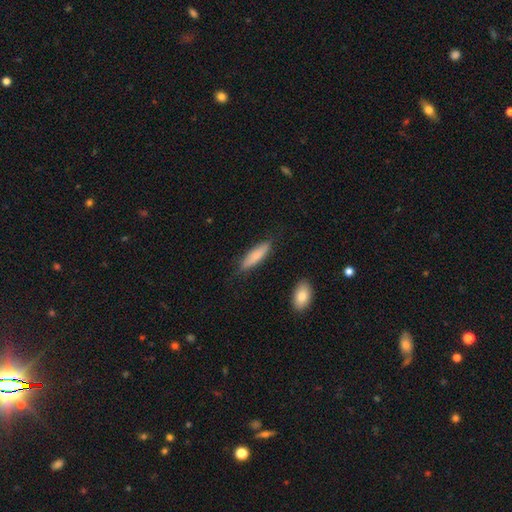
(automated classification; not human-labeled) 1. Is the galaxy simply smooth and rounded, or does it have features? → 81% smooth, 13% featured or disk, 6% star or artifact.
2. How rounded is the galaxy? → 67% cigar-shaped, 31% in between, 2% round.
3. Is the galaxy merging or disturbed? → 81% none, 14% minor disturbance, 3% major disturbance, 2% merger.